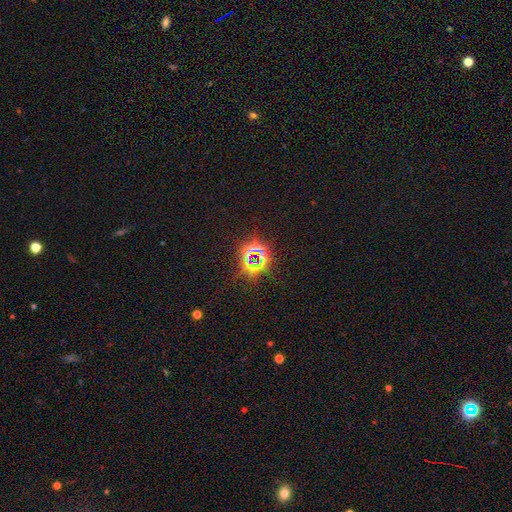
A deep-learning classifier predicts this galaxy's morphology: This is likely a star or artifact rather than a galaxy (78%).